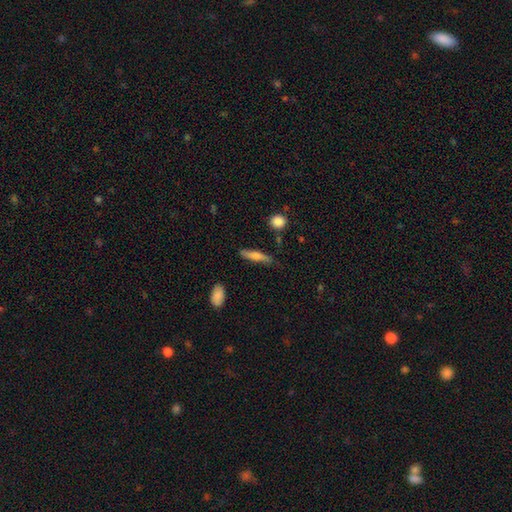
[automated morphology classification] The model was most divided on "smooth or featured": smooth: 63%, featured or disk: 31%, star or artifact: 6%. More confident: merging — none (79%); how rounded — cigar-shaped (77%).